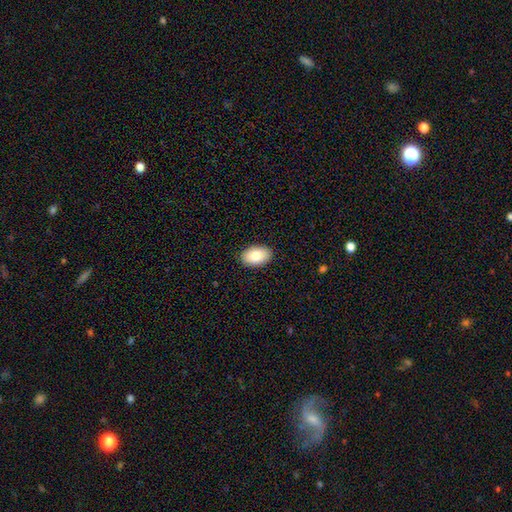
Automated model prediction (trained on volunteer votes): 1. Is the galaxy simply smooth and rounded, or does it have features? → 85% smooth, 9% featured or disk, 6% star or artifact.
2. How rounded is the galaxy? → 93% in between, 6% round, 1% cigar-shaped.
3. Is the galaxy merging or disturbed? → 90% none, 8% minor disturbance, 2% major disturbance, 1% merger.